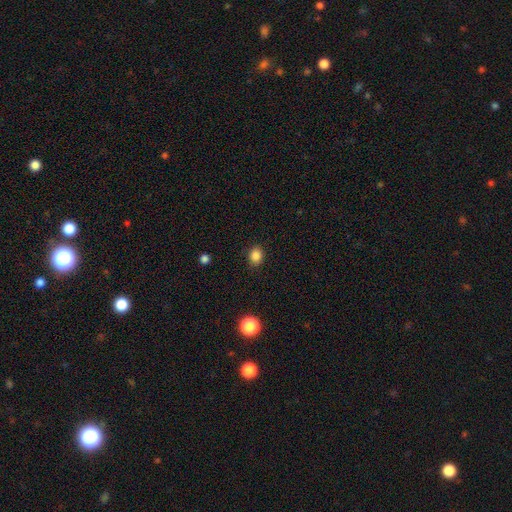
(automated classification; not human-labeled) Smooth or featured: smooth — 85% (star or artifact — 11%)
How rounded: round — 52% (in between — 47%)
Merging: none — 87% (minor disturbance — 9%)